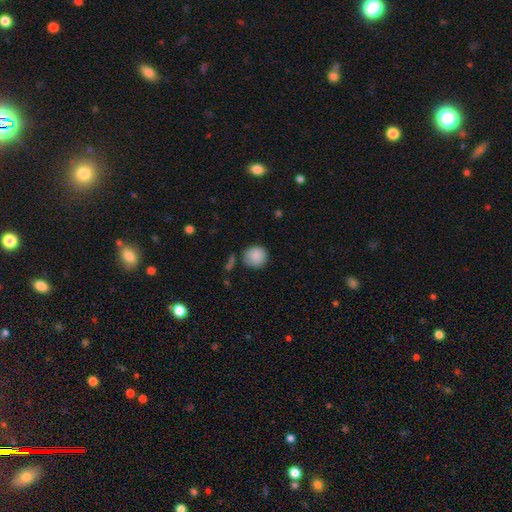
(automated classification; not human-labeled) Smooth or featured? smooth (87%)
How rounded? round (92%)
Merging? none (78%)